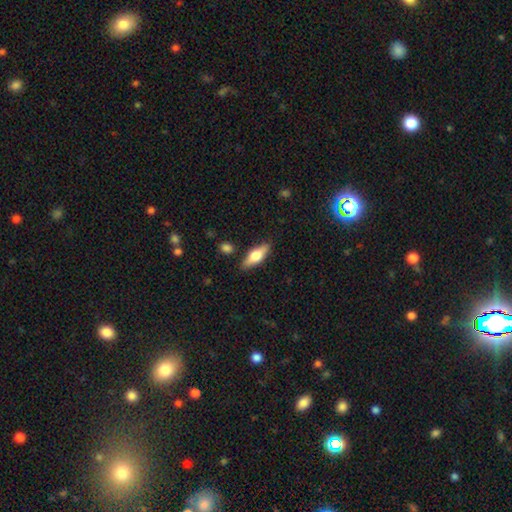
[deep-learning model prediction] smooth-or-featured: smooth: 51% | featured or disk: 42% | star or artifact: 6%
  how-rounded: in between: 57% | cigar-shaped: 40% | round: 3%
  merging: none: 85% | minor disturbance: 10% | major disturbance: 2% | merger: 2%